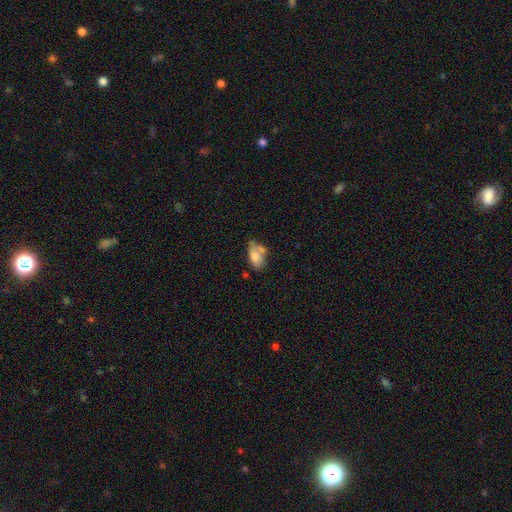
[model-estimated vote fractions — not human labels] This appears to be a smooth galaxy with no disk features (72%) that is in between round and cigar-shaped (90%). Merging: none (35%).